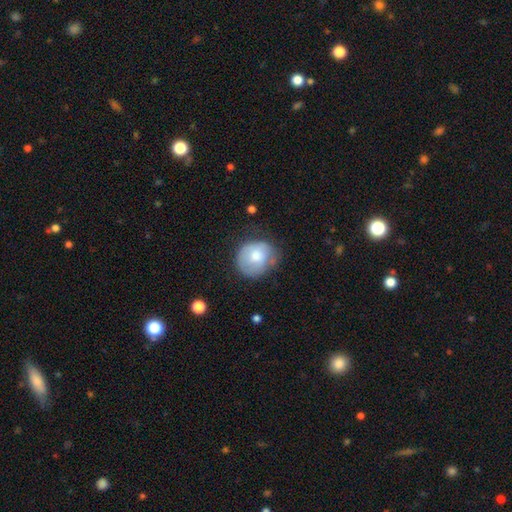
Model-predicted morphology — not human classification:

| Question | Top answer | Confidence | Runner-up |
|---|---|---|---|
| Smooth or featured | smooth | 68% | featured or disk (25%) |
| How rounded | round | 74% | in between (25%) |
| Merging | none | 54% | minor disturbance (31%) |